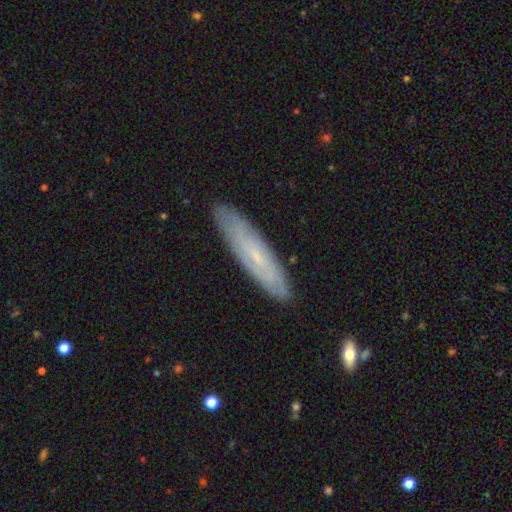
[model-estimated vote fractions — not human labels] A featured or disk galaxy (53%). Merging: none (86%).